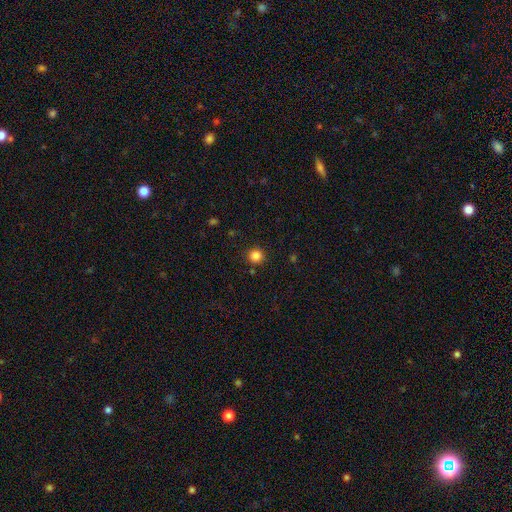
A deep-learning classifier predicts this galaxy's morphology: smooth_or_featured: smooth (p=0.85) [alt: star or artifact p=0.12]
how_rounded: round (p=0.93) [alt: in between p=0.06]
merging: none (p=0.89) [alt: minor disturbance p=0.07]